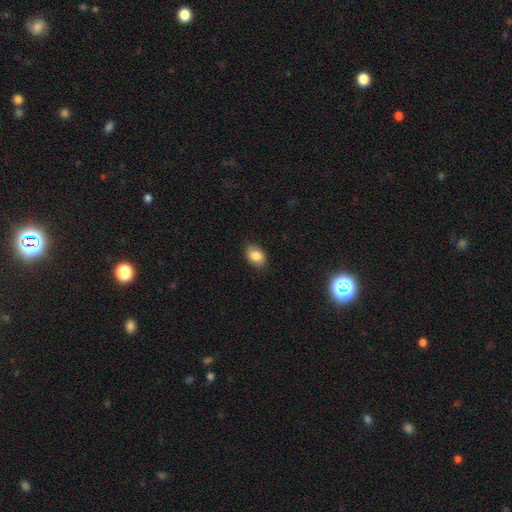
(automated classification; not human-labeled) A smooth galaxy with no disk features (85%) that is in between round and cigar-shaped (82%).

Vote fractions:
- Smooth or featured? smooth: 85% / star or artifact: 8% / featured or disk: 7%
- How rounded? in between: 82% / round: 17% / cigar-shaped: 1%
- Merging? none: 83% / minor disturbance: 13% / major disturbance: 2% / merger: 1%